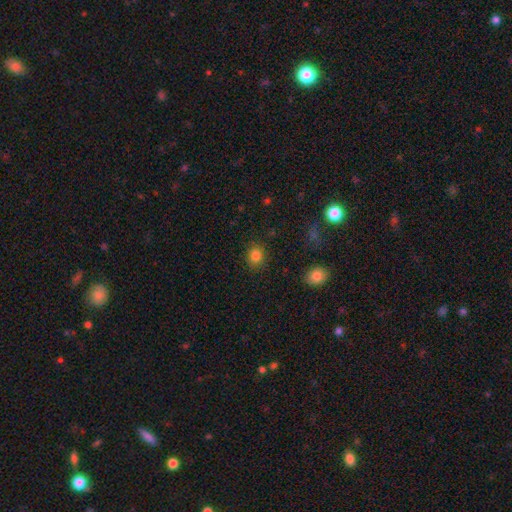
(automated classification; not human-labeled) smooth 83%, star or artifact 12%, featured or disk 5%. Down the decision tree: how rounded — round (72%); merging — none (88%).